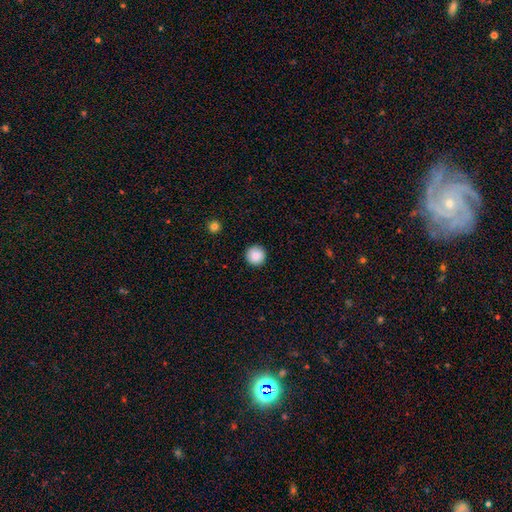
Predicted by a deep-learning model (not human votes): Smooth or featured? Predicted: smooth (p=0.88). How rounded? Predicted: round (p=0.96). Merging? Predicted: none (p=0.93).